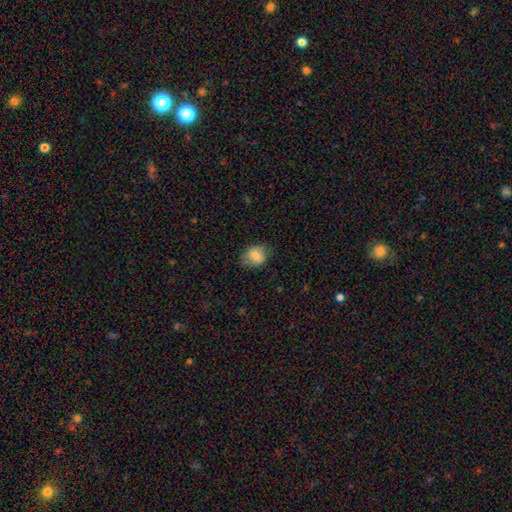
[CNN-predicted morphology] This appears to be a smooth galaxy with no disk features (76%) that is in between round and cigar-shaped (57%). Merging: none (71%).